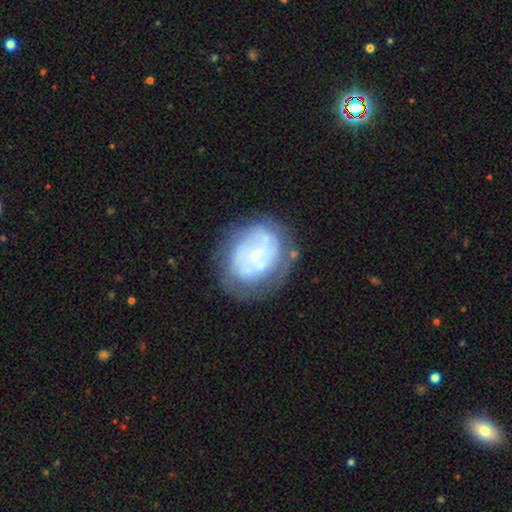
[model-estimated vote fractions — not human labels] Smooth or featured?
  - featured or disk: 60% *
  - smooth: 32%
  - star or artifact: 8%
Edge-on disk?
  - no: 97% *
  - yes: 3%
Bar?
  - no: 77% *
  - weak: 18%
  - strong: 5%
Spiral arms?
  - yes: 52% *
  - no: 48%
Bulge size?
  - small: 74% *
  - moderate: 14%
  - none: 8%
  - large: 2%
  - dominant: 1%
Merging?
  - none: 56% *
  - minor disturbance: 23%
  - major disturbance: 15%
  - merger: 6%